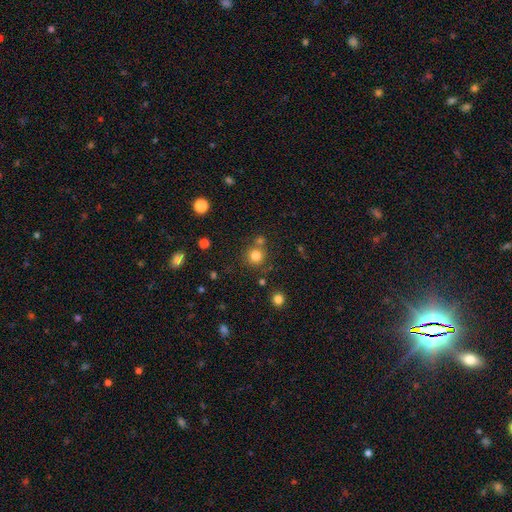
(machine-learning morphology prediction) Smooth or featured? Predicted: smooth (p=0.79). How rounded? Predicted: round (p=0.93). Merging? Predicted: none (p=0.74).